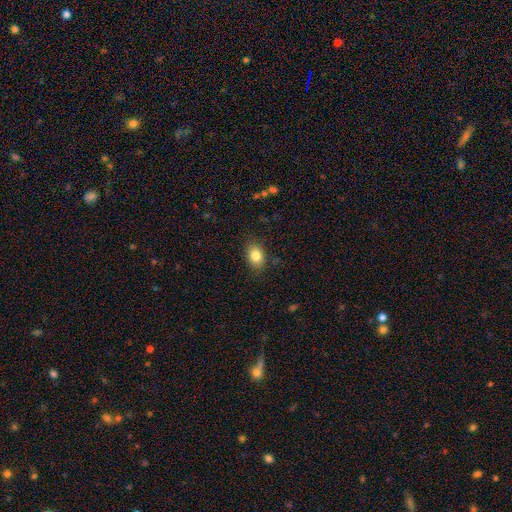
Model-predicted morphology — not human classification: Q: Smooth or featured?
A: smooth (83%); runner-up: star or artifact (9%)
Q: How rounded?
A: in between (78%); runner-up: round (21%)
Q: Merging?
A: none (84%); runner-up: minor disturbance (12%)